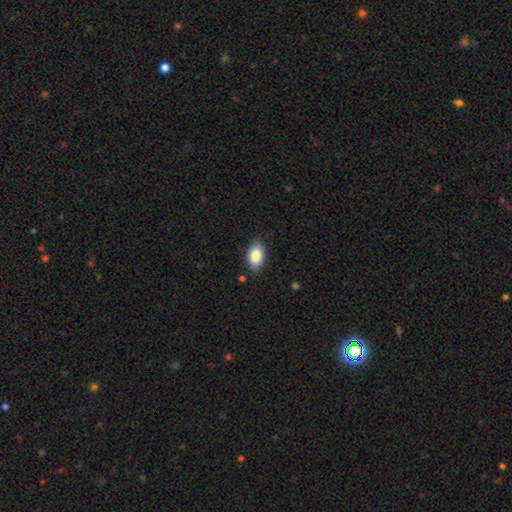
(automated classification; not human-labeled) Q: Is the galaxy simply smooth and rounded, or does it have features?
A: smooth — 85%.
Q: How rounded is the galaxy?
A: in between — 92%.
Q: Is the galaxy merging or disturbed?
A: none — 83%.